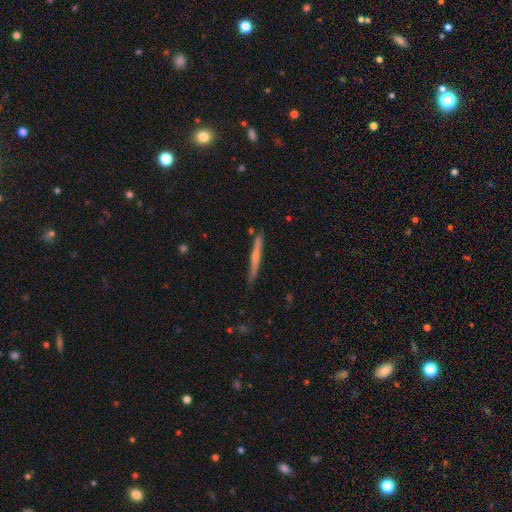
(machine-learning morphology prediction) A featured or disk galaxy (50%).

Vote fractions:
- Smooth or featured? featured or disk: 50% / smooth: 44% / star or artifact: 6%
- Merging? none: 83% / minor disturbance: 13% / merger: 2% / major disturbance: 2%